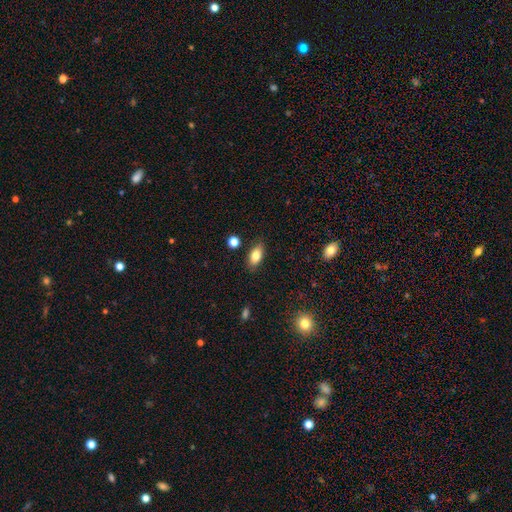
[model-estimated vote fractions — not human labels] Smooth or featured? smooth (82%)
How rounded? in between (89%)
Merging? none (85%)